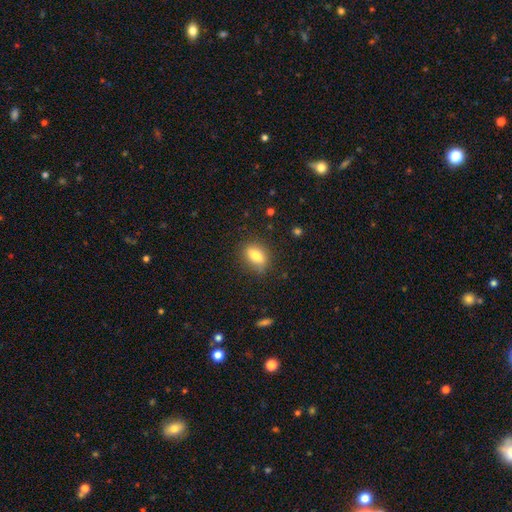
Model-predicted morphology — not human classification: Smooth or featured? smooth (81%)
How rounded? in between (79%)
Merging? none (77%)